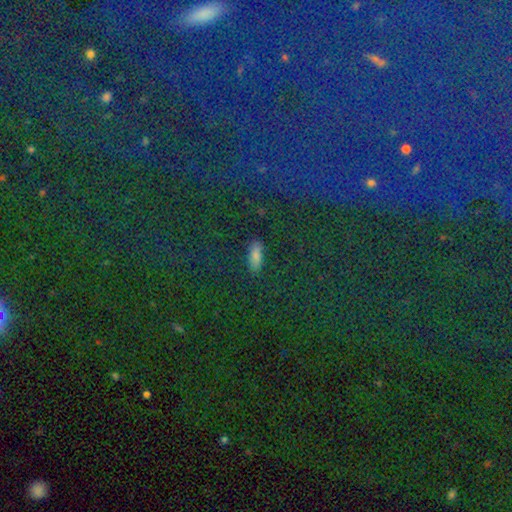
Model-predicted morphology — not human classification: Q: Smooth or featured?
A: smooth (69%); runner-up: star or artifact (21%)
Q: How rounded?
A: in between (65%); runner-up: cigar-shaped (29%)
Q: Merging?
A: none (87%); runner-up: minor disturbance (8%)